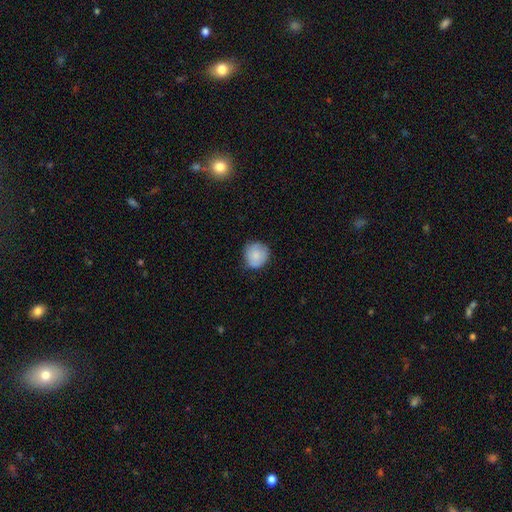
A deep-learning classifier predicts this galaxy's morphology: A smooth galaxy with no disk features (84%) that is round (88%).

Vote fractions:
- Smooth or featured? smooth: 84% / featured or disk: 9% / star or artifact: 7%
- How rounded? round: 88% / in between: 11% / cigar-shaped: 1%
- Merging? none: 76% / minor disturbance: 19% / major disturbance: 3% / merger: 1%